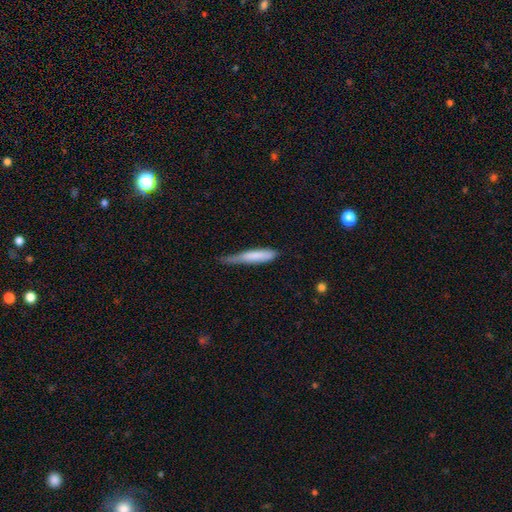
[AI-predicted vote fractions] smooth-or-featured: smooth: 76% | featured or disk: 18% | star or artifact: 6%
  how-rounded: cigar-shaped: 87% | in between: 12% | round: 1%
  merging: minor disturbance: 45% | none: 37% | major disturbance: 15% | merger: 3%